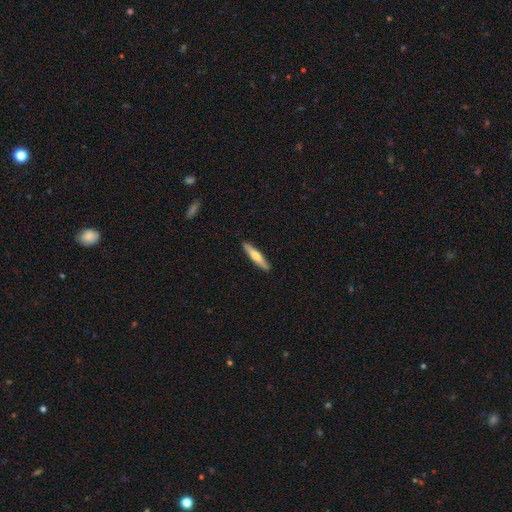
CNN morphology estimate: Smooth or featured: smooth — 55% (featured or disk — 40%)
How rounded: cigar-shaped — 86% (in between — 12%)
Merging: none — 91% (minor disturbance — 7%)